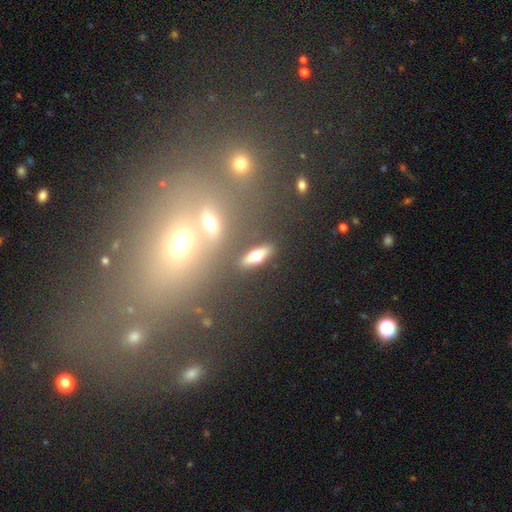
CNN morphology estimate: smooth 57%, featured or disk 30%, star or artifact 13%. Down the decision tree: how rounded — in between (50%); merging — none (82%).